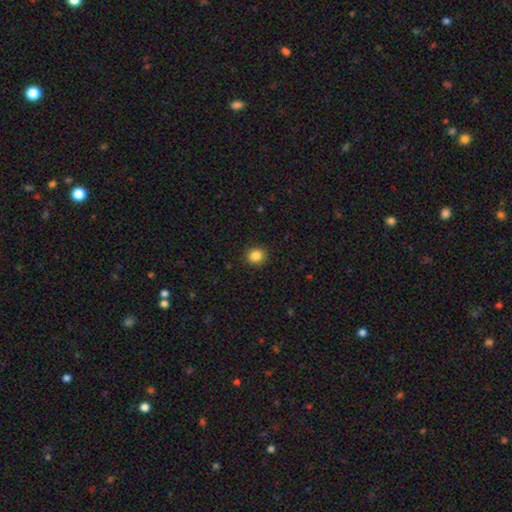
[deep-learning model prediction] smooth_or_featured: smooth (p=0.85) [alt: star or artifact p=0.11]
how_rounded: round (p=0.81) [alt: in between p=0.18]
merging: none (p=0.91) [alt: minor disturbance p=0.06]